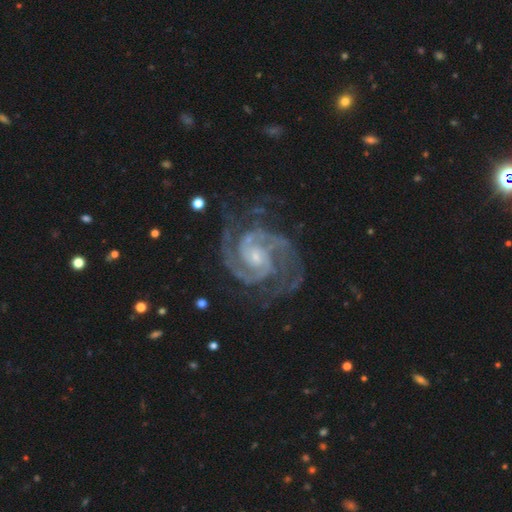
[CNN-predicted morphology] Smooth or featured? featured or disk (93%)
Edge-on disk? no (98%)
Bar? no (58%)
Spiral arms? yes (99%)
Spiral winding? tight (54%)
Spiral arm count? 2 (77%)
Bulge size? small (70%)
Merging? none (72%)